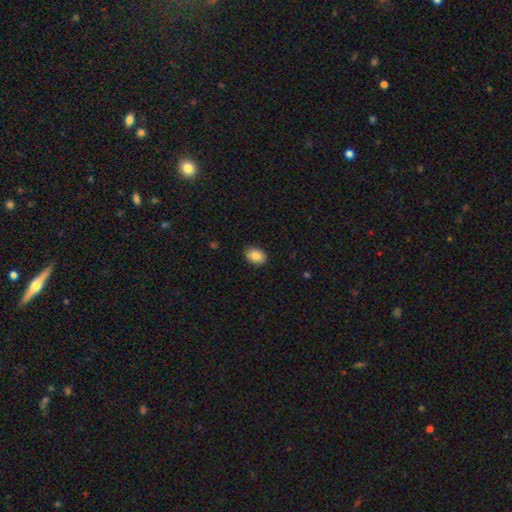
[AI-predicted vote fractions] Morphology: type=smooth (87%); roundness=in between (72%); merging=none (88%).